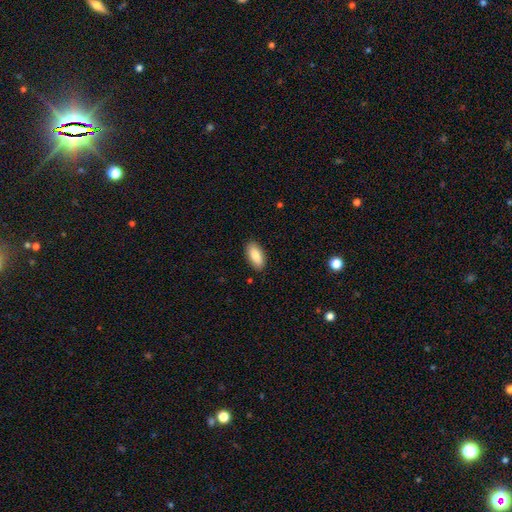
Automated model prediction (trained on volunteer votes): smooth 85%, featured or disk 9%, star or artifact 6%. Down the decision tree: how rounded — in between (90%); merging — none (88%).